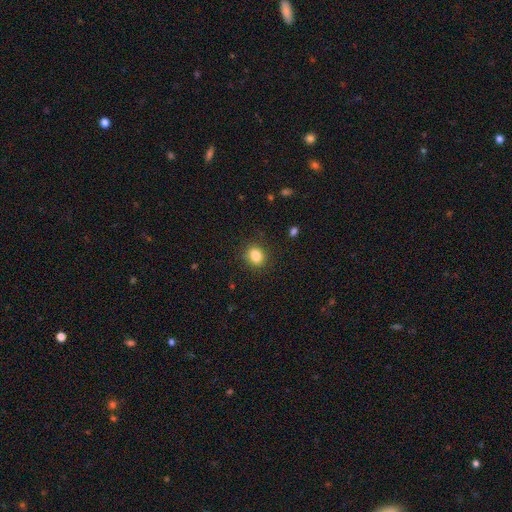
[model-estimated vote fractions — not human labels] smooth_or_featured: smooth (p=0.85) [alt: star or artifact p=0.10]
how_rounded: round (p=0.59) [alt: in between p=0.40]
merging: none (p=0.87) [alt: minor disturbance p=0.09]